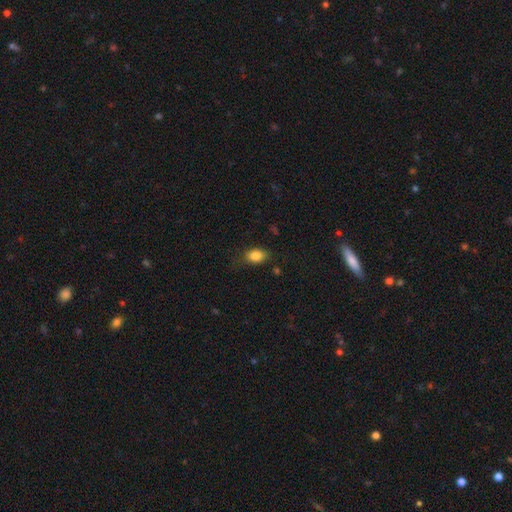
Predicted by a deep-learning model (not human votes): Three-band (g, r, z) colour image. It shows a smooth galaxy with no disk features (84%) that is in between round and cigar-shaped (80%). Merging: none (76%).